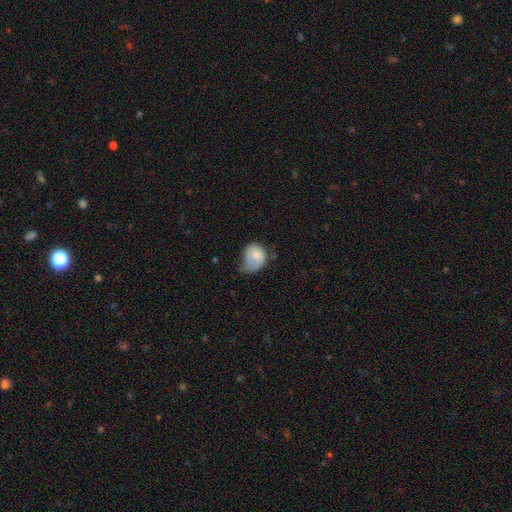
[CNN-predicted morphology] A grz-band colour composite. It shows a smooth galaxy with no disk features (74%) that is in between round and cigar-shaped (59%). Merging: minor disturbance (41%).